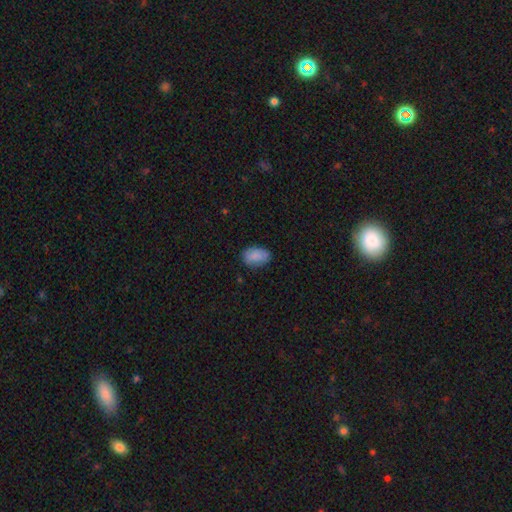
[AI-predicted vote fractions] Q: Smooth or featured?
A: smooth (86%); runner-up: star or artifact (8%)
Q: How rounded?
A: in between (87%); runner-up: round (12%)
Q: Merging?
A: none (76%); runner-up: minor disturbance (19%)